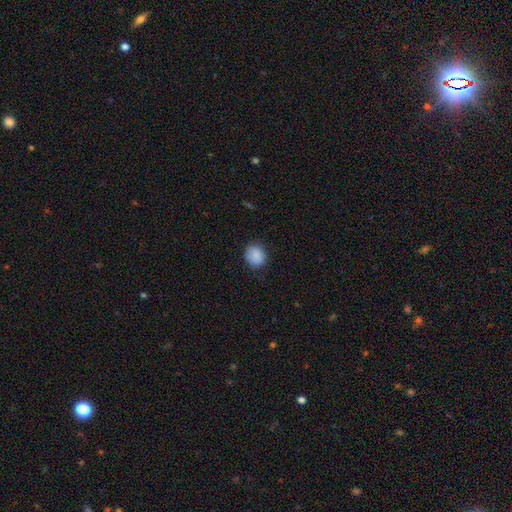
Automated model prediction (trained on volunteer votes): smooth-or-featured: smooth: 88% | star or artifact: 8% | featured or disk: 4%
  how-rounded: round: 71% | in between: 28% | cigar-shaped: 1%
  merging: none: 82% | minor disturbance: 14% | major disturbance: 3% | merger: 1%